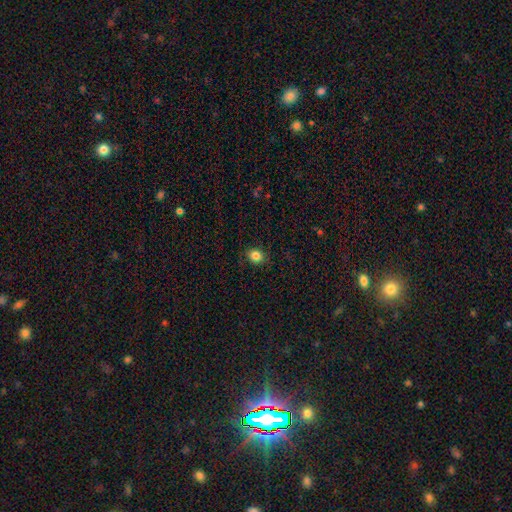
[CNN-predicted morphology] smooth 84%, star or artifact 11%, featured or disk 5%. Down the decision tree: how rounded — round (65%); merging — none (88%).